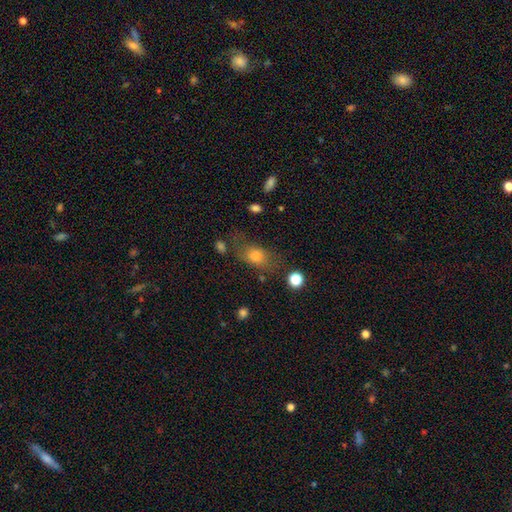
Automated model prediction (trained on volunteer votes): smooth_or_featured: smooth (p=0.71) [alt: featured or disk p=0.16]
how_rounded: in between (p=0.70) [alt: round p=0.23]
merging: none (p=0.59) [alt: minor disturbance p=0.22]